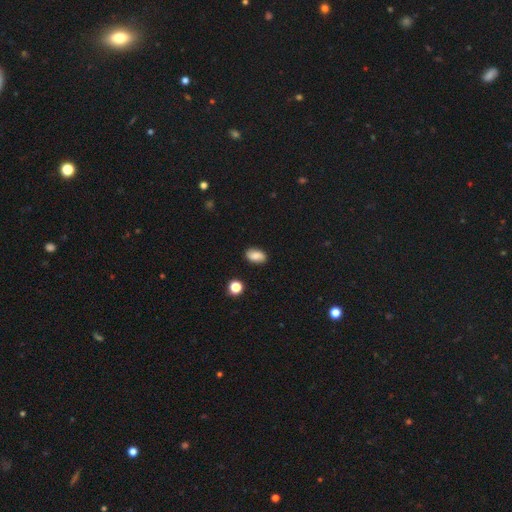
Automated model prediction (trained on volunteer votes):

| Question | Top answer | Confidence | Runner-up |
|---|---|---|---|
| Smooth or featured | smooth | 75% | featured or disk (15%) |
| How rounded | in between | 88% | round (9%) |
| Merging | none | 84% | minor disturbance (11%) |